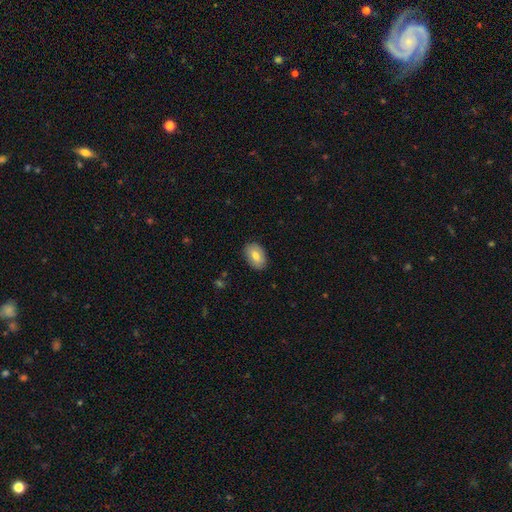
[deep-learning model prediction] This is likely a smooth galaxy (76%). How rounded: clearly in between (90%). Merging: clearly none (87%).